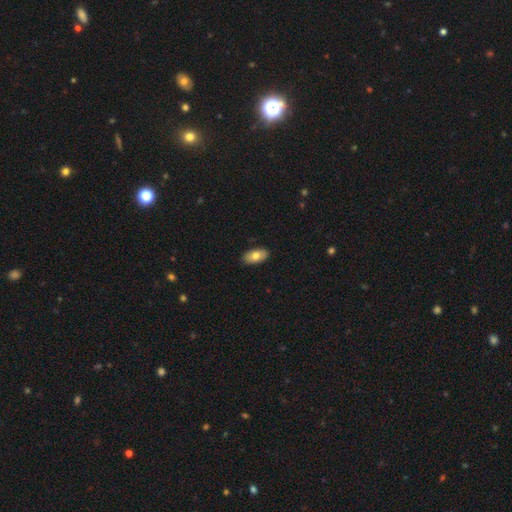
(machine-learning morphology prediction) Smooth or featured? Predicted: smooth (p=0.74). How rounded? Predicted: in between (p=0.93). Merging? Predicted: none (p=0.89).